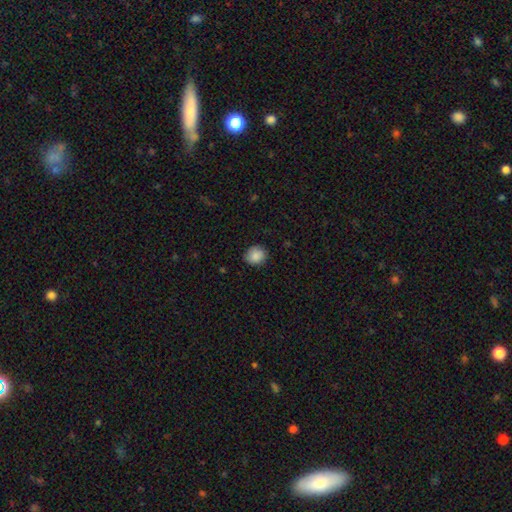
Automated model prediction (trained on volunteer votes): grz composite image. It shows a smooth galaxy with no disk features (88%) that is round (78%). Merging: none (85%).